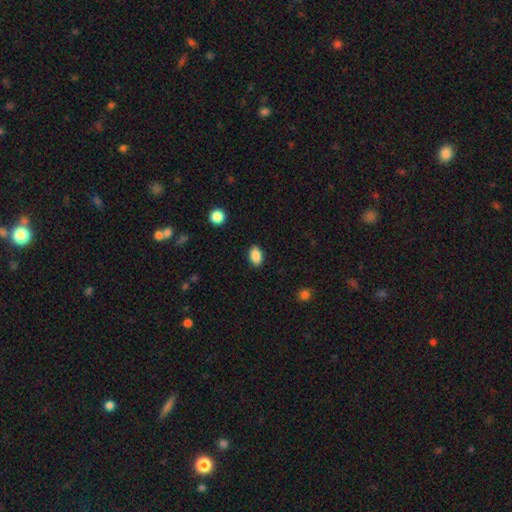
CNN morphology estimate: The model was most divided on "how rounded": in between: 85%, round: 14%, cigar-shaped: 1%. More confident: smooth or featured — smooth (88%); merging — none (88%).